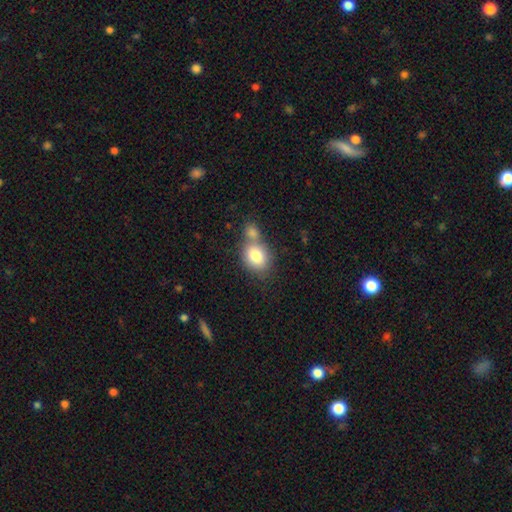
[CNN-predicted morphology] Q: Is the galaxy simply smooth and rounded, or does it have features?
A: smooth — 80%.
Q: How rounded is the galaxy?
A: in between — 53%.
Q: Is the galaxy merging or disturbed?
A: none — 42%, tied with merger.